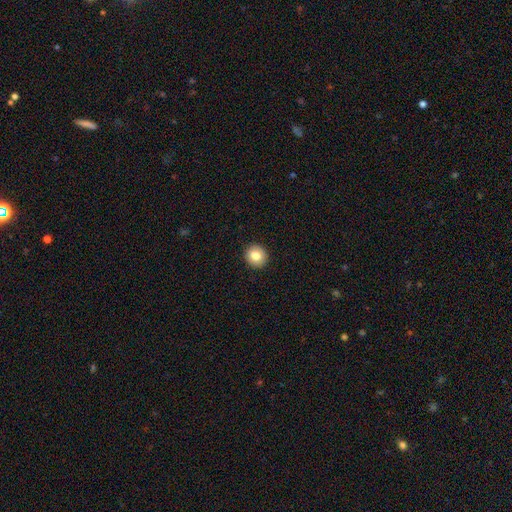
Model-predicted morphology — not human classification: The model was most divided on "smooth or featured": smooth: 81%, featured or disk: 9%, star or artifact: 9%. More confident: merging — none (93%); how rounded — round (89%).